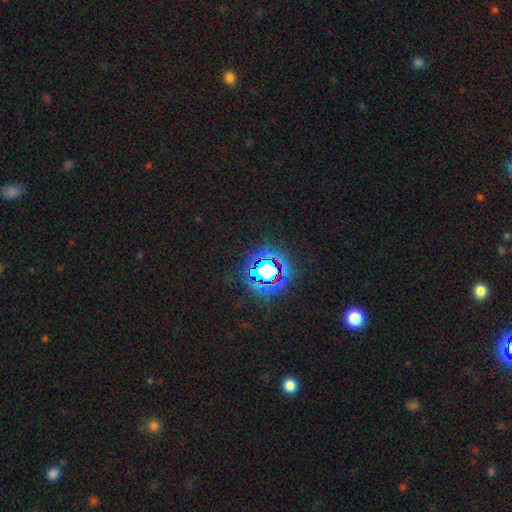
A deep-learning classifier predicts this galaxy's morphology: A star or artifact, not a galaxy (81%).